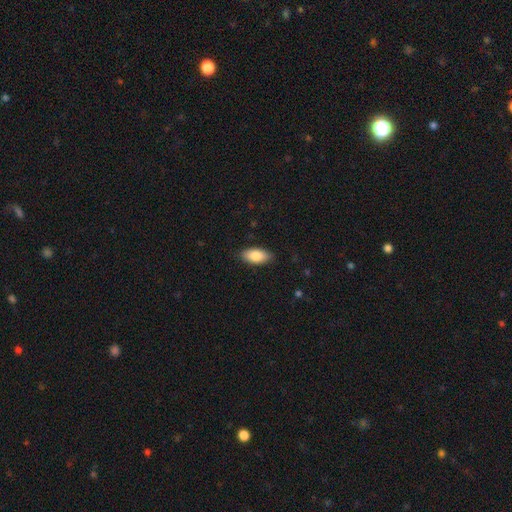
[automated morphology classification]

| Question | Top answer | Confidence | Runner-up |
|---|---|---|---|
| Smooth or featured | smooth | 86% | featured or disk (8%) |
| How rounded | in between | 90% | cigar-shaped (7%) |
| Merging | none | 87% | minor disturbance (10%) |